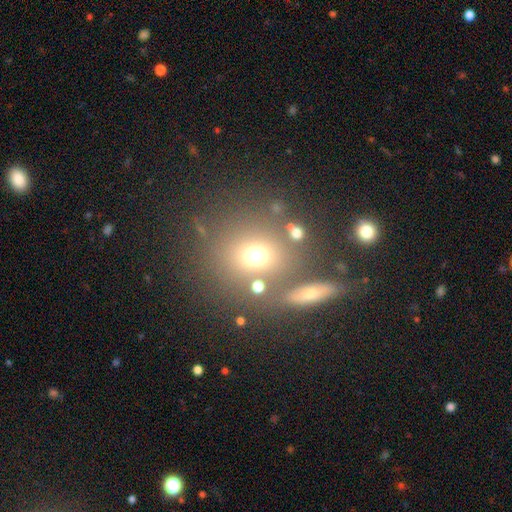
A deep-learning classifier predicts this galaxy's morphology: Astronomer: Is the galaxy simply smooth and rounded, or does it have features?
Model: smooth — 66%.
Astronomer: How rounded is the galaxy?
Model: round — 79%.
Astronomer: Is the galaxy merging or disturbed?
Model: none — 66%.